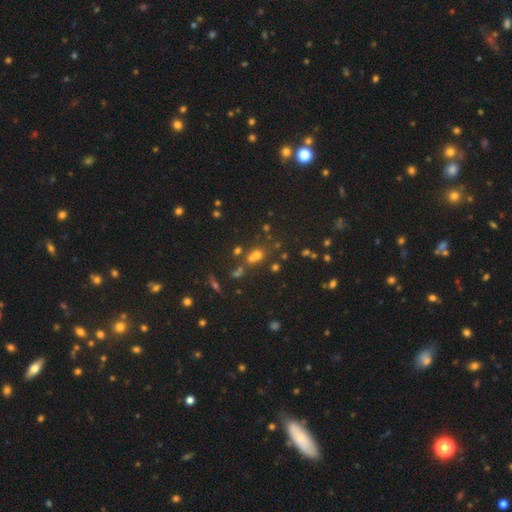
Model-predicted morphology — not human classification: type=smooth (44%); merging=none (56%).